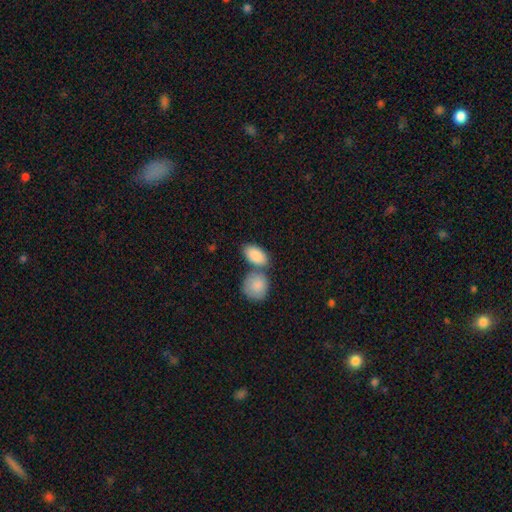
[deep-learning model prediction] A smooth galaxy with no disk features (88%) that is in between round and cigar-shaped (91%). Merging: none (49%).